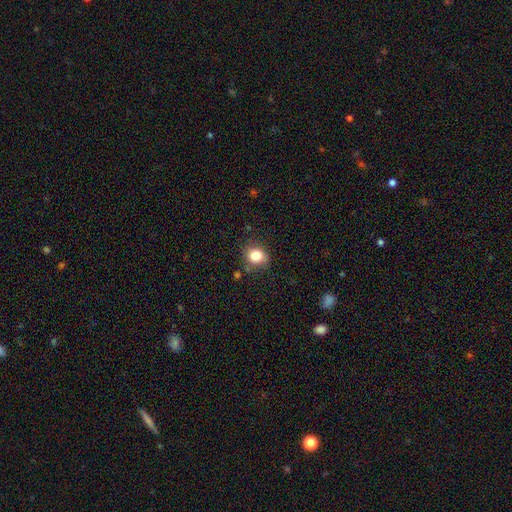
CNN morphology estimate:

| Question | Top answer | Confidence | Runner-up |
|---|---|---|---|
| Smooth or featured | smooth | 83% | star or artifact (10%) |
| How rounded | round | 65% | in between (34%) |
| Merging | none | 77% | minor disturbance (15%) |